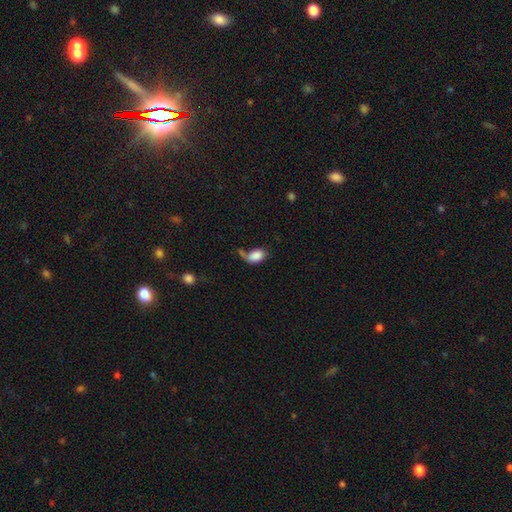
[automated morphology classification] The model was most divided on "merging": none: 39%, minor disturbance: 24%, major disturbance: 21%, merger: 16%. More confident: how rounded — in between (86%); smooth or featured — smooth (84%).